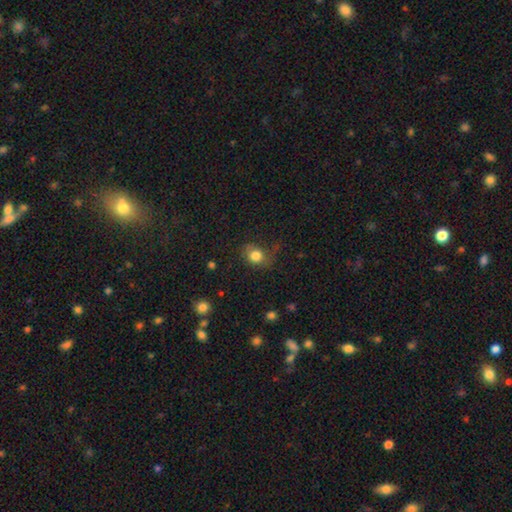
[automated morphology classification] type=smooth (81%); roundness=round (64%); merging=none (55%).